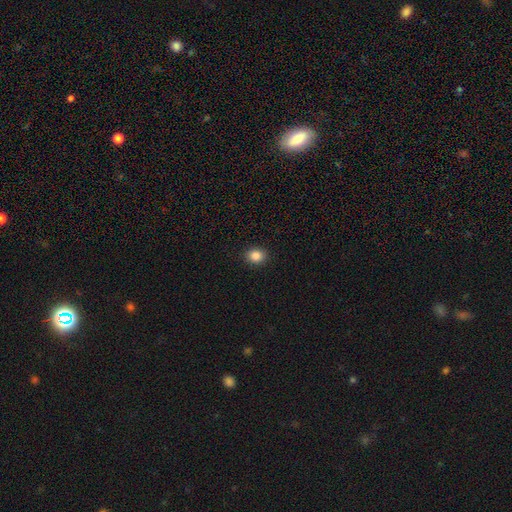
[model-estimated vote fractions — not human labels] The model was most divided on "how rounded": round: 63%, in between: 36%, cigar-shaped: 1%. More confident: merging — none (91%); smooth or featured — smooth (86%).